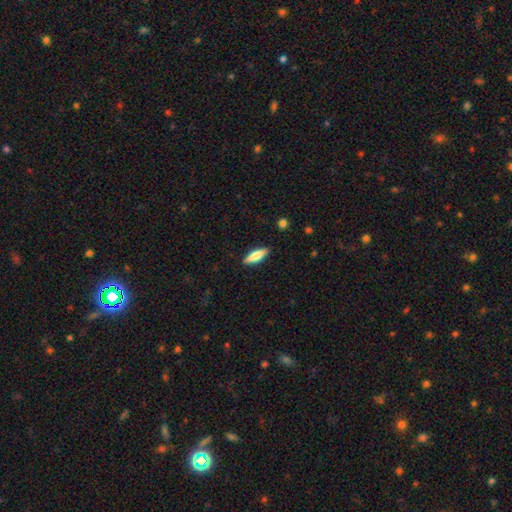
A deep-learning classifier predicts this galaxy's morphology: Q: Smooth or featured?
A: smooth (75%); runner-up: featured or disk (19%)
Q: How rounded?
A: cigar-shaped (56%); runner-up: in between (42%)
Q: Merging?
A: none (89%); runner-up: minor disturbance (8%)